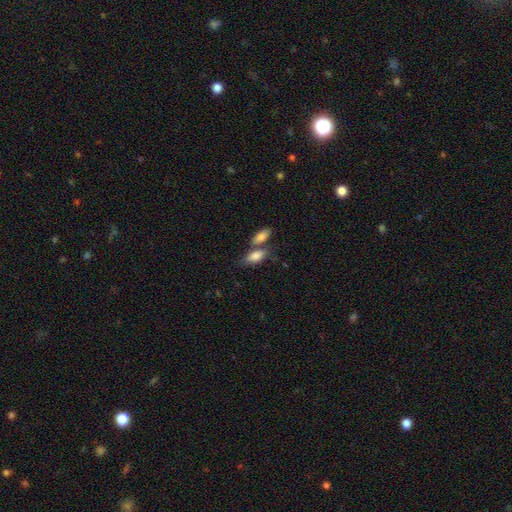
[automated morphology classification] Smooth or featured? Predicted: smooth (p=0.83). How rounded? Predicted: in between (p=0.86). Merging? Predicted: none (p=0.44).